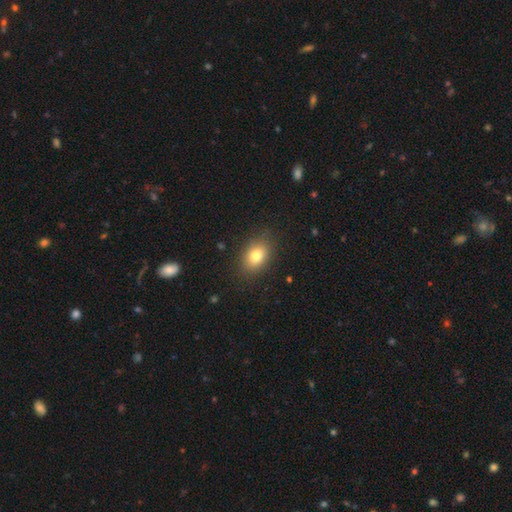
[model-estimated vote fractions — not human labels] This appears to be a smooth galaxy with no disk features (78%) that is in between round and cigar-shaped (77%). Merging: none (86%).